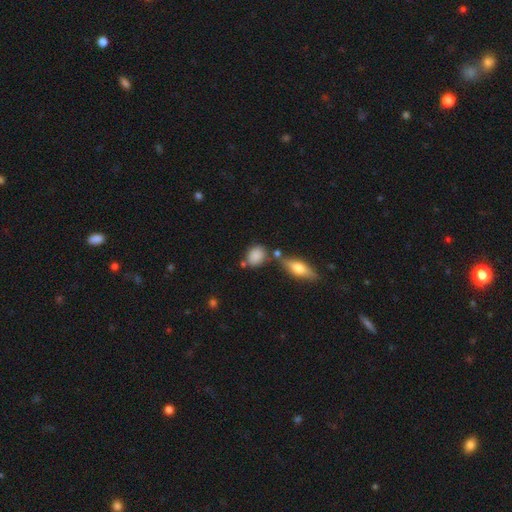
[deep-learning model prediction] This is clearly a smooth galaxy (84%). How rounded: possibly in between (55%). Merging: likely none (64%).